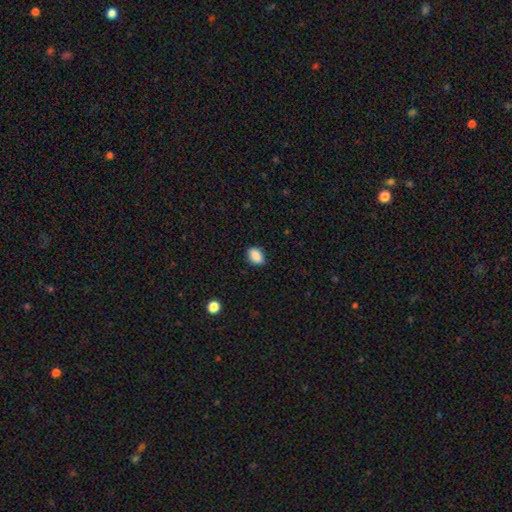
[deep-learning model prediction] Smooth or featured? smooth (88%)
How rounded? in between (80%)
Merging? none (85%)